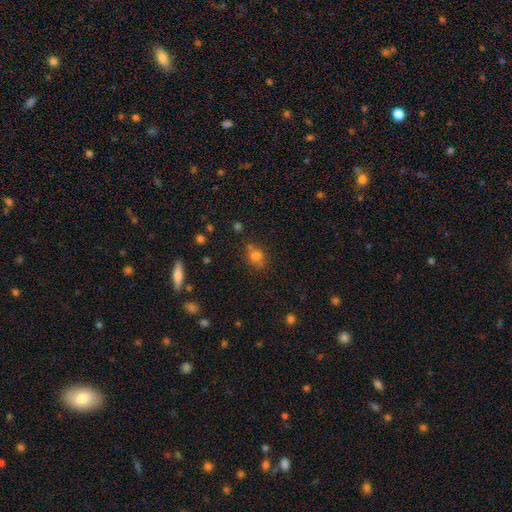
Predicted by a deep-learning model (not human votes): This is likely a smooth galaxy (75%). How rounded: likely round (67%). Merging: likely none (68%).